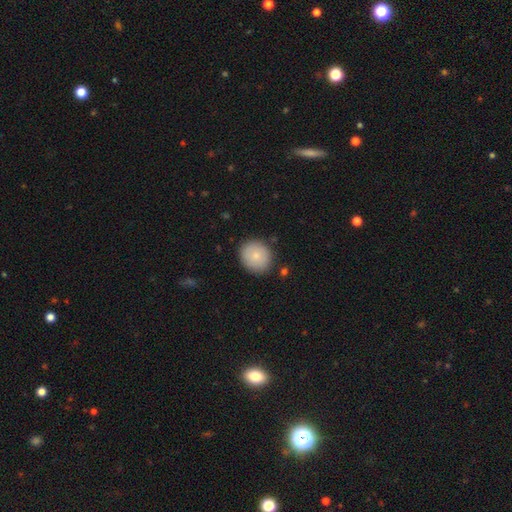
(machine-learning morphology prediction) type=smooth (81%); roundness=round (85%); merging=none (86%).